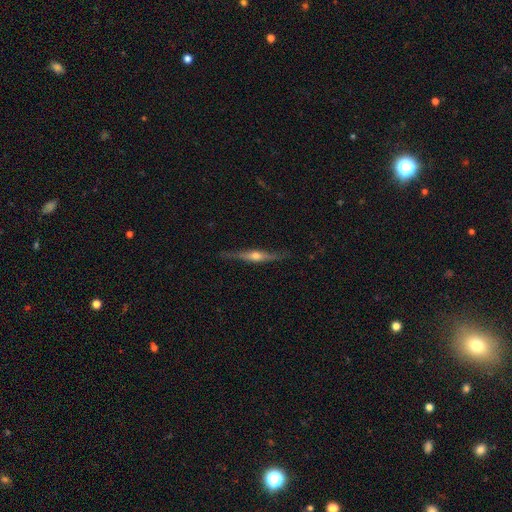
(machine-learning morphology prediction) smooth-or-featured: featured or disk: 76% | smooth: 18% | star or artifact: 6%
  disk-edge-on: yes: 97% | no: 3%
    edge-on-bulge: rounded: 90% | boxy: 5% | none: 4%
  merging: none: 83% | minor disturbance: 13% | major disturbance: 3% | merger: 1%